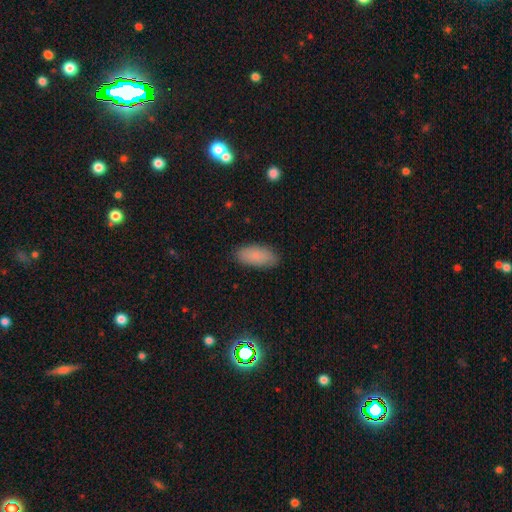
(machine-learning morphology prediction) Smooth or featured: smooth — 85% (star or artifact — 8%)
How rounded: in between — 89% (cigar-shaped — 9%)
Merging: none — 85% (minor disturbance — 12%)